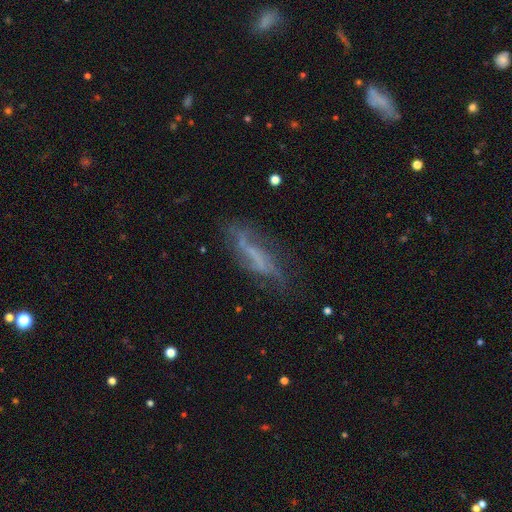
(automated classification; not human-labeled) The model was most divided on "smooth or featured": featured or disk: 56%, smooth: 32%, star or artifact: 12%. More confident: edge-on disk — no (64%); merging — none (57%).